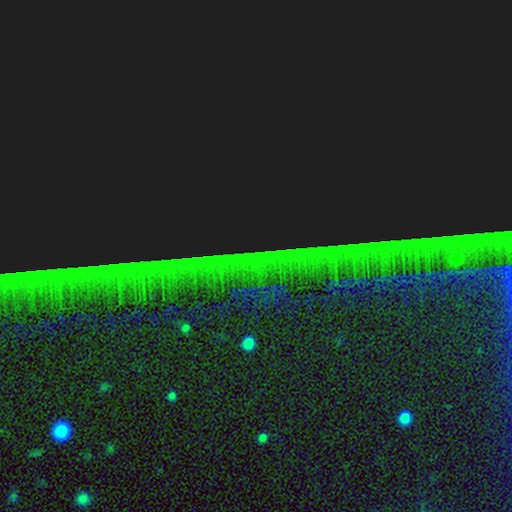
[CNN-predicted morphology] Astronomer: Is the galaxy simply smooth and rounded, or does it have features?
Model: star or artifact — 89%.